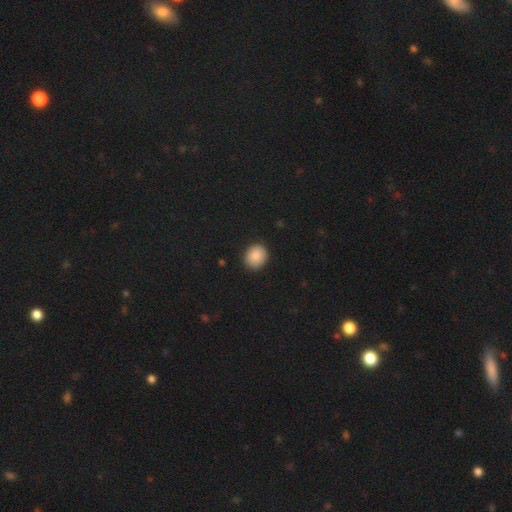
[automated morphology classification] A smooth galaxy with no disk features (87%) that is round (78%).

Vote fractions:
- Smooth or featured? smooth: 87% / star or artifact: 8% / featured or disk: 4%
- How rounded? round: 78% / in between: 21% / cigar-shaped: 1%
- Merging? none: 89% / minor disturbance: 8% / major disturbance: 2% / merger: 1%